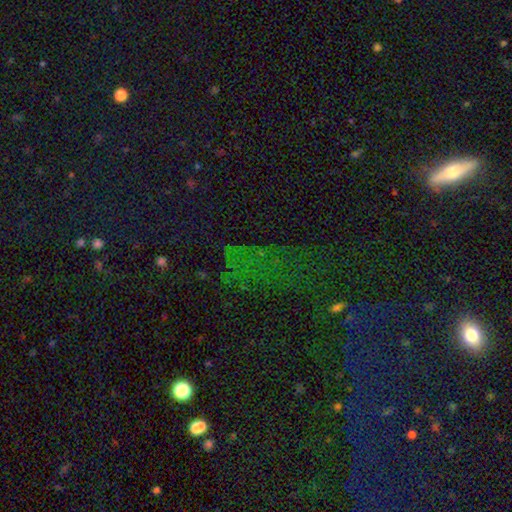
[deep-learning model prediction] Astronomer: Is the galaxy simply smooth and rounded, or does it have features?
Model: star or artifact — 67%.